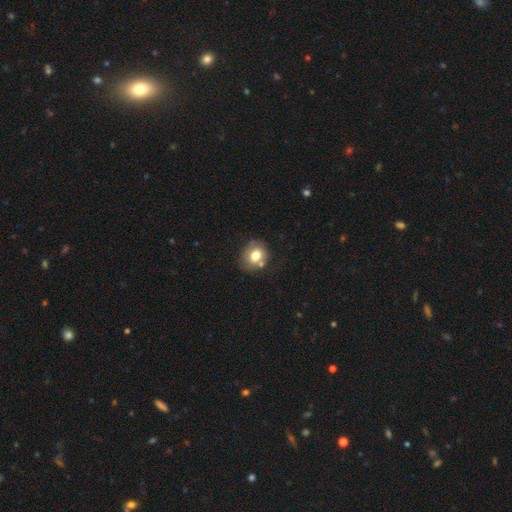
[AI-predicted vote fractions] A smooth galaxy with no disk features (74%) that is round (68%).

Vote fractions:
- Smooth or featured? smooth: 74% / featured or disk: 17% / star or artifact: 10%
- How rounded? round: 68% / in between: 31% / cigar-shaped: 1%
- Merging? none: 63% / minor disturbance: 19% / merger: 12% / major disturbance: 6%